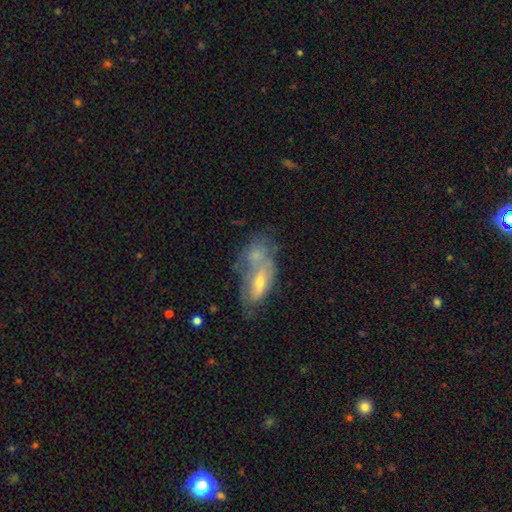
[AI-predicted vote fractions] A smooth galaxy with no disk features (50%) that is in between round and cigar-shaped (77%).

Vote fractions:
- Smooth or featured? smooth: 50% / featured or disk: 40% / star or artifact: 10%
- How rounded? in between: 77% / round: 12% / cigar-shaped: 11%
- Merging? merger: 41% / none: 28% / minor disturbance: 17% / major disturbance: 14%